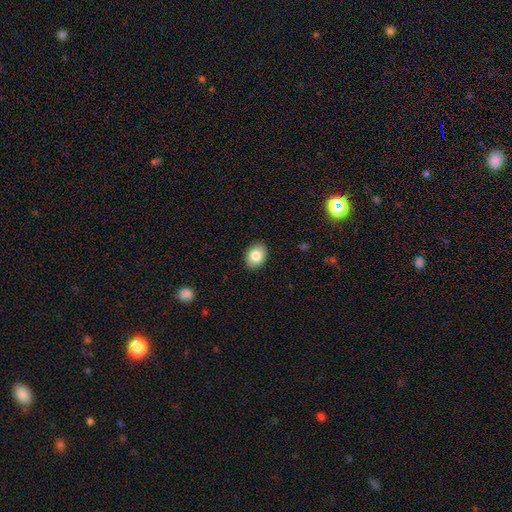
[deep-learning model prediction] Q: Smooth or featured?
A: smooth (83%); runner-up: featured or disk (9%)
Q: How rounded?
A: in between (64%); runner-up: round (35%)
Q: Merging?
A: none (90%); runner-up: minor disturbance (8%)